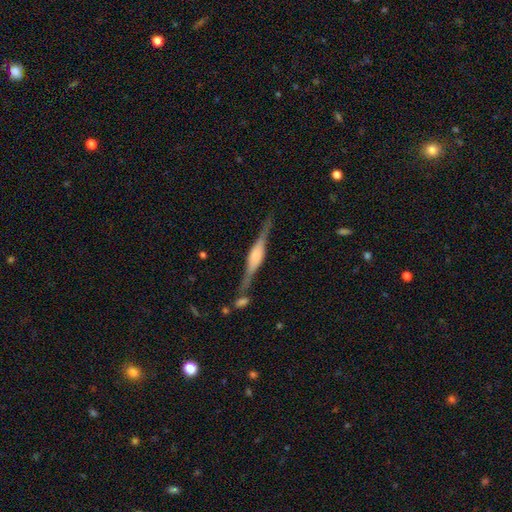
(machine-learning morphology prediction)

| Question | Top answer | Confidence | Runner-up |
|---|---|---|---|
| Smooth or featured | featured or disk | 81% | smooth (13%) |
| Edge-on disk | yes | 97% | no (3%) |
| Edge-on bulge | rounded | 63% | boxy (33%) |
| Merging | none | 77% | minor disturbance (13%) |